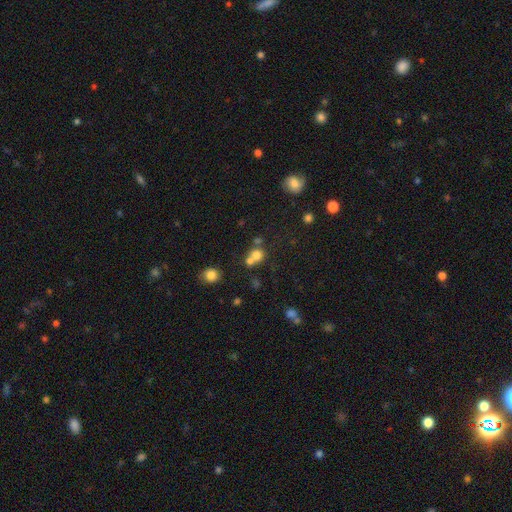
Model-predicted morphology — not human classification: smooth 72%, star or artifact 15%, featured or disk 13%. Down the decision tree: how rounded — round (79%); merging — merger (53%).